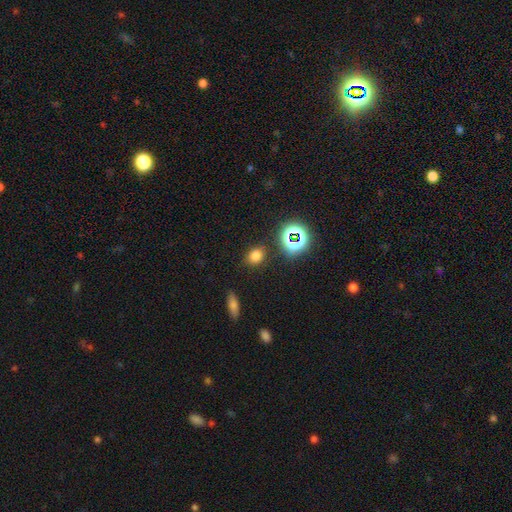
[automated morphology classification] Q: Smooth or featured?
A: smooth (73%); runner-up: star or artifact (21%)
Q: How rounded?
A: round (57%); runner-up: in between (41%)
Q: Merging?
A: none (84%); runner-up: minor disturbance (9%)